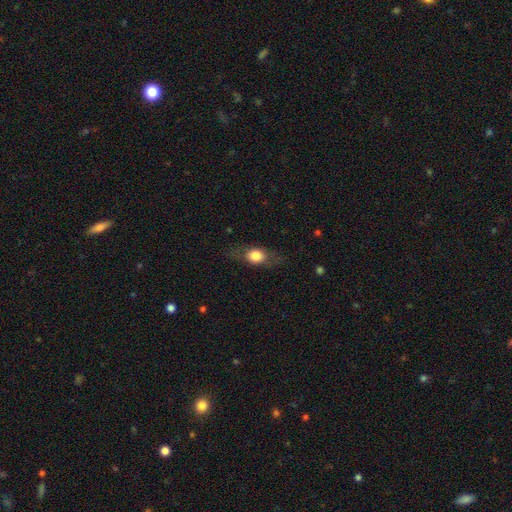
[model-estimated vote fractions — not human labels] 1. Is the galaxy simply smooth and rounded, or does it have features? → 62% smooth, 30% featured or disk, 7% star or artifact.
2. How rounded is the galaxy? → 60% in between, 30% round, 10% cigar-shaped.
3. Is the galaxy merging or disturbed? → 75% none, 16% minor disturbance, 8% major disturbance, 1% merger.